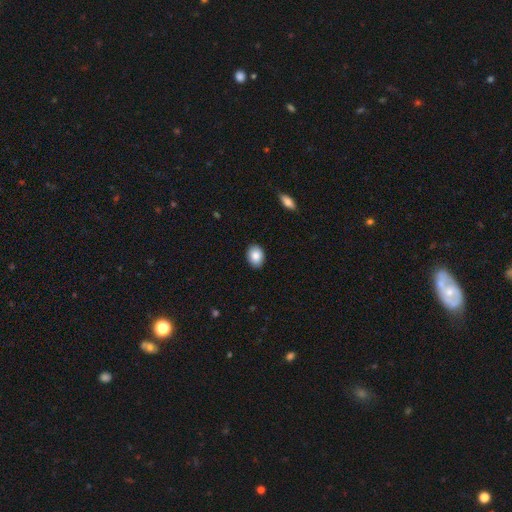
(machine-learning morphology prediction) This is clearly a smooth galaxy (87%). How rounded: likely in between (74%). Merging: clearly none (89%).